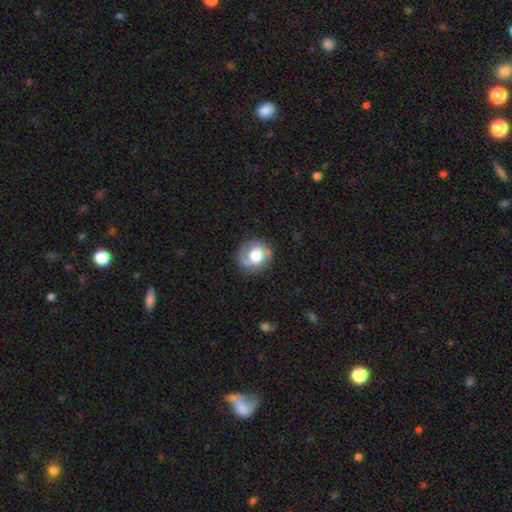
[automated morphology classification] Smooth or featured? Predicted: smooth (p=0.48). Merging? Predicted: none (p=0.71).